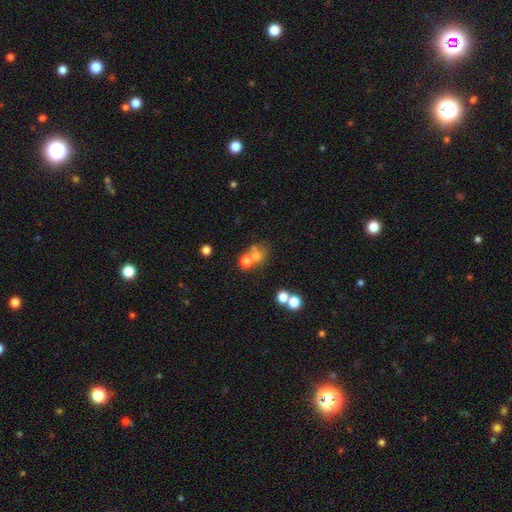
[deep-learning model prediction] Morphology: type=smooth (62%); roundness=round (75%); merging=merger (48%).